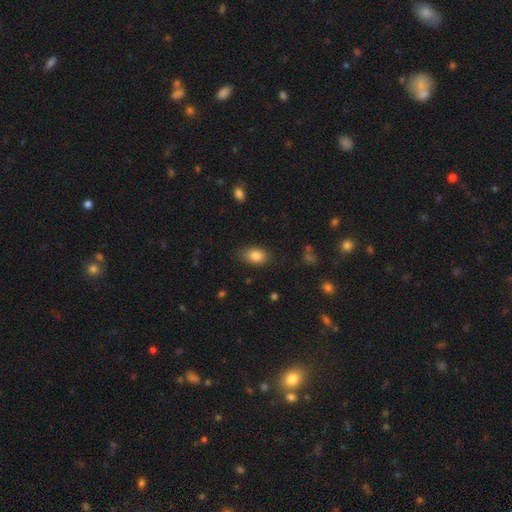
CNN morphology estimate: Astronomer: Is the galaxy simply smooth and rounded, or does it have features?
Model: smooth — 85%.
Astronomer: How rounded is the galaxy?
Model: in between — 86%.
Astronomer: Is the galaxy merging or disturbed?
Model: none — 81%.